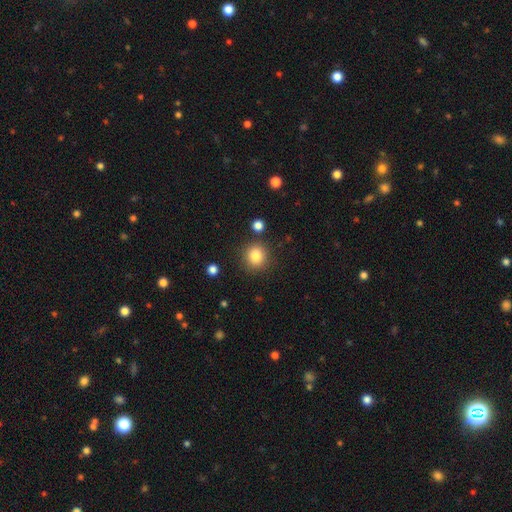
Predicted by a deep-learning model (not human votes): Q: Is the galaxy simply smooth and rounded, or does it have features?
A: smooth — 84%.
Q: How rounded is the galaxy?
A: round — 88%.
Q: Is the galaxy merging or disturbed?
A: none — 85%.